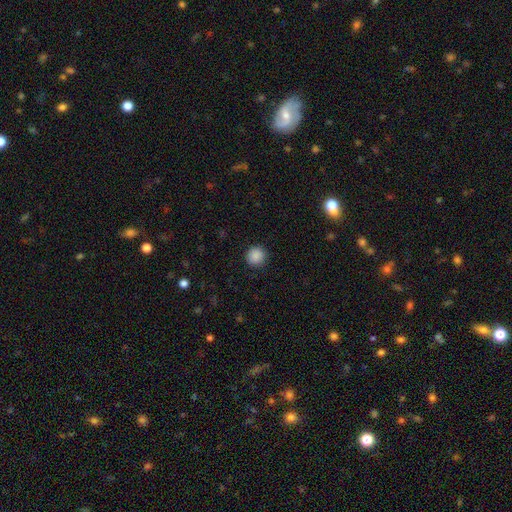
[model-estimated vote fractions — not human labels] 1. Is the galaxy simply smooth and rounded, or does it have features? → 88% smooth, 9% star or artifact, 3% featured or disk.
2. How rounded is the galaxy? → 92% round, 7% in between, 1% cigar-shaped.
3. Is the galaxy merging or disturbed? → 90% none, 7% minor disturbance, 2% major disturbance, 1% merger.